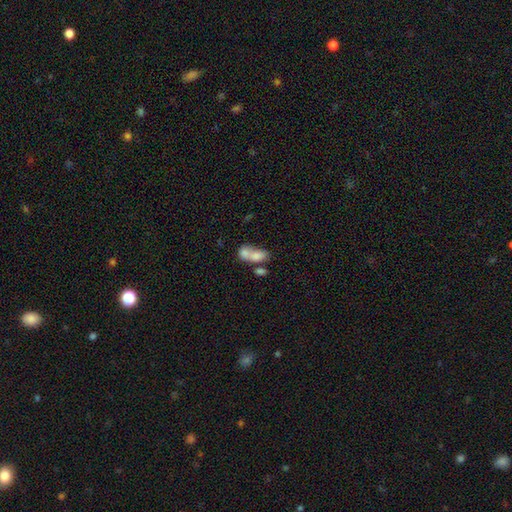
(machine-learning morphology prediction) Smooth or featured: smooth — 74% (featured or disk — 17%)
How rounded: in between — 78% (round — 18%)
Merging: merger — 70% (none — 17%)